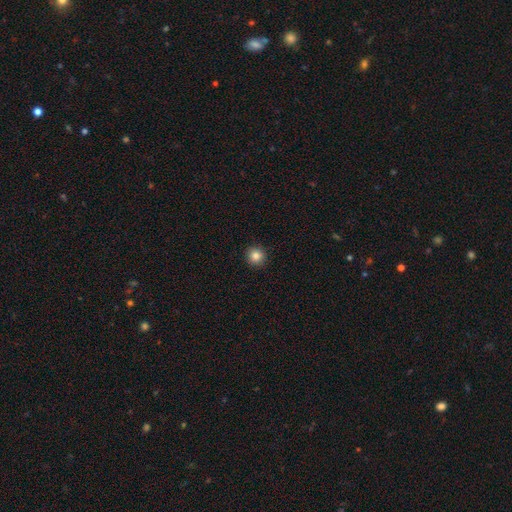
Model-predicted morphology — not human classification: smooth_or_featured: smooth (p=0.84) [alt: star or artifact p=0.11]
how_rounded: round (p=0.94) [alt: in between p=0.06]
merging: none (p=0.92) [alt: minor disturbance p=0.06]